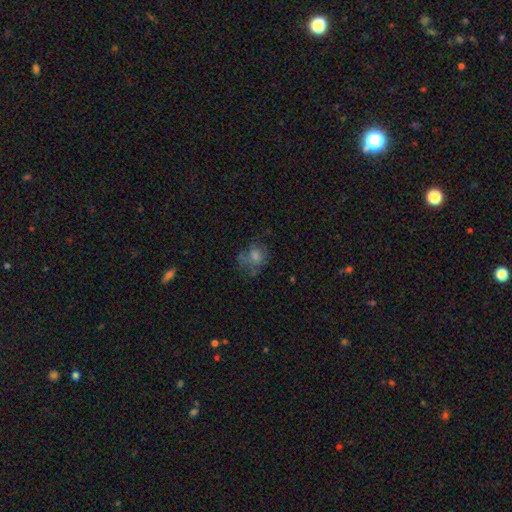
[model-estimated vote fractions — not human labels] Smooth or featured: smooth — 46% (featured or disk — 35%)
Merging: none — 51% (major disturbance — 23%)